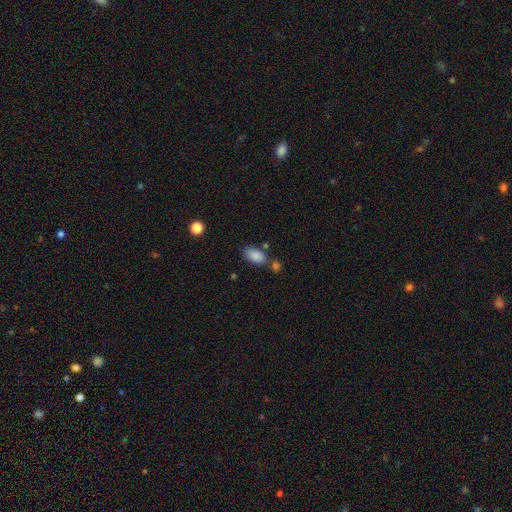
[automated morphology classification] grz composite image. It shows a smooth galaxy with no disk features (87%) that is in between round and cigar-shaped (92%). Merging: none (66%).